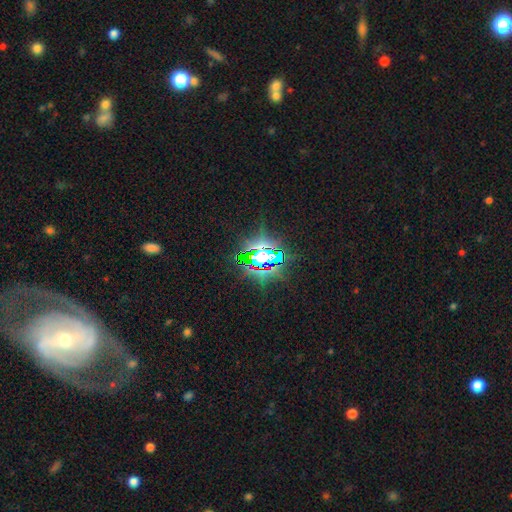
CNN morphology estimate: A star or artifact, not a galaxy (75%).

Vote fractions:
- Smooth or featured? star or artifact: 75% / smooth: 14% / featured or disk: 11%